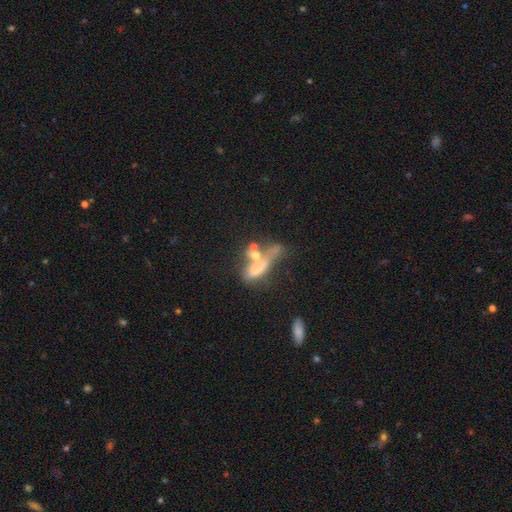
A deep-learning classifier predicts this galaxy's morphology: A smooth galaxy with no disk features (43%). Merging: merger (47%).